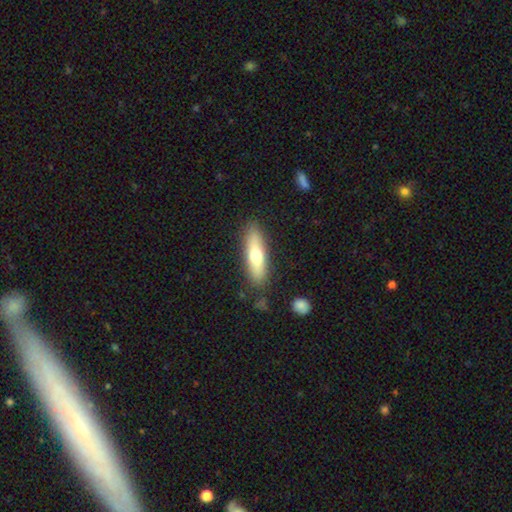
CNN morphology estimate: A smooth galaxy with no disk features (63%) that is cigar-shaped (62%).

Vote fractions:
- Smooth or featured? smooth: 63% / featured or disk: 31% / star or artifact: 6%
- How rounded? cigar-shaped: 62% / in between: 36% / round: 2%
- Merging? none: 84% / minor disturbance: 11% / major disturbance: 3% / merger: 2%